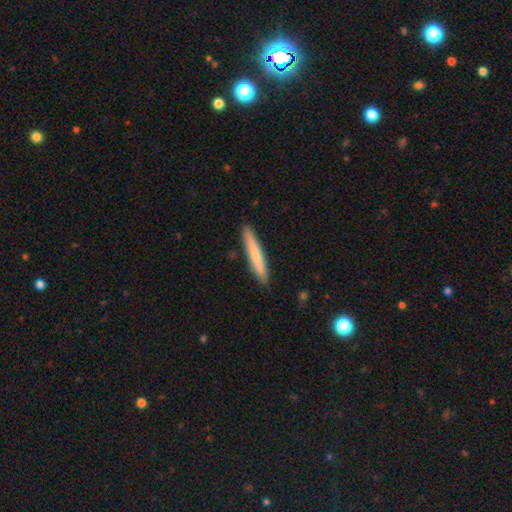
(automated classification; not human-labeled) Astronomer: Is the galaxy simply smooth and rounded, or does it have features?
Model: smooth — 70%.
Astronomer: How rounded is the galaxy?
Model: cigar-shaped — 96%.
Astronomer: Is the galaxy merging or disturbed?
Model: none — 91%.